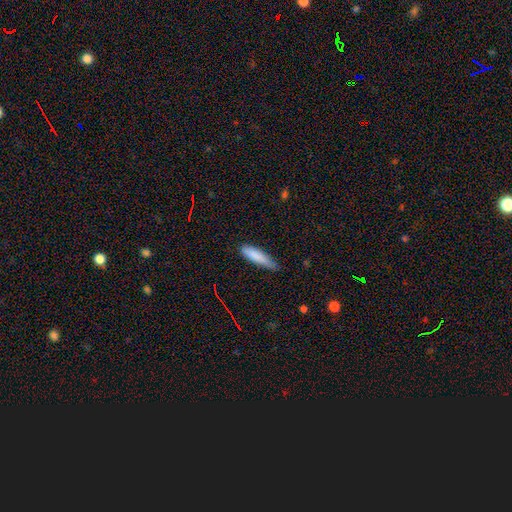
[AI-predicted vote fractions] Q: Smooth or featured?
A: smooth (84%); runner-up: featured or disk (10%)
Q: How rounded?
A: cigar-shaped (75%); runner-up: in between (24%)
Q: Merging?
A: none (63%); runner-up: minor disturbance (31%)